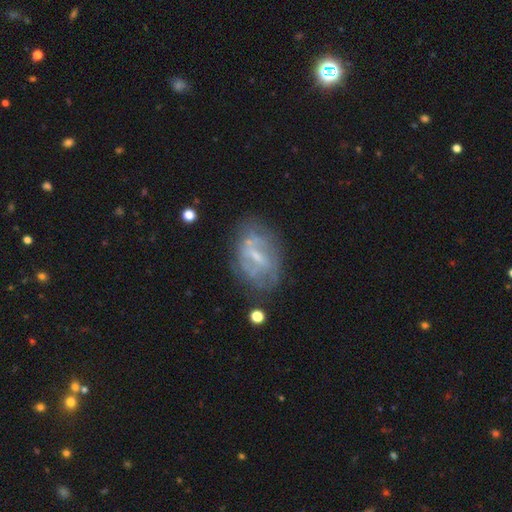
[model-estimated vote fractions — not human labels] Overall: featured or disk (70%). Edge-on disk: no (95%). Bar: weak (50%; strong 26%). Spiral arms: yes (59%; no 41%). Bulge size: small (58%; moderate 22%). Merging: none (60%; minor disturbance 22%).